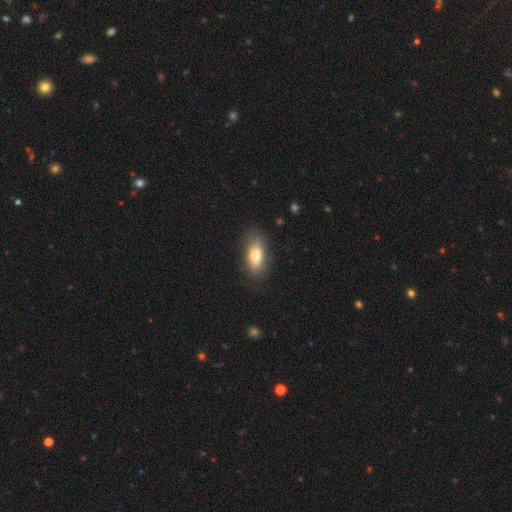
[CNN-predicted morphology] Overall: smooth (78%). How rounded: in between (85%). Merging: none (81%).